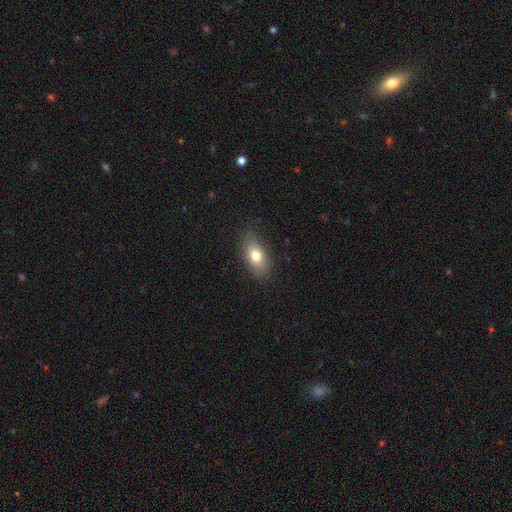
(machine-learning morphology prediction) A smooth galaxy with no disk features (76%) that is in between round and cigar-shaped (85%).

Vote fractions:
- Smooth or featured? smooth: 76% / featured or disk: 16% / star or artifact: 8%
- How rounded? in between: 85% / round: 9% / cigar-shaped: 6%
- Merging? none: 83% / minor disturbance: 13% / major disturbance: 3% / merger: 1%